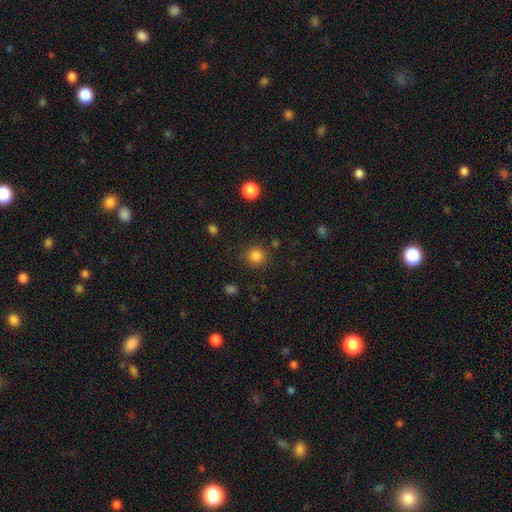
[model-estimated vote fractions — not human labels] smooth-or-featured: smooth: 84% | star or artifact: 12% | featured or disk: 4%
  how-rounded: round: 91% | in between: 8% | cigar-shaped: 1%
  merging: none: 86% | minor disturbance: 8% | major disturbance: 4% | merger: 2%